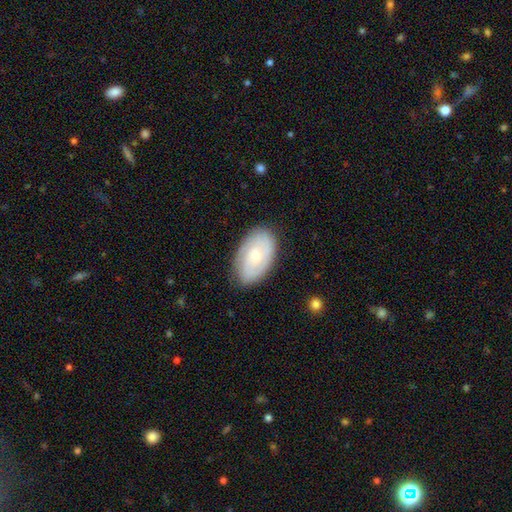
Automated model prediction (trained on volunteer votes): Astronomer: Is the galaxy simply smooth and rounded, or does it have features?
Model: featured or disk — 53% (runner-up: smooth, 40%).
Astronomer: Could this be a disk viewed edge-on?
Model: no — 94%.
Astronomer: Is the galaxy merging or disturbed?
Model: none — 82%.